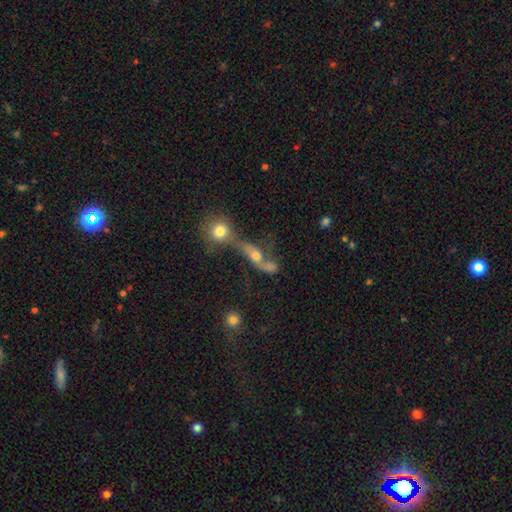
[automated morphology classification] Smooth or featured? featured or disk (45%)
Merging? merger (53%)